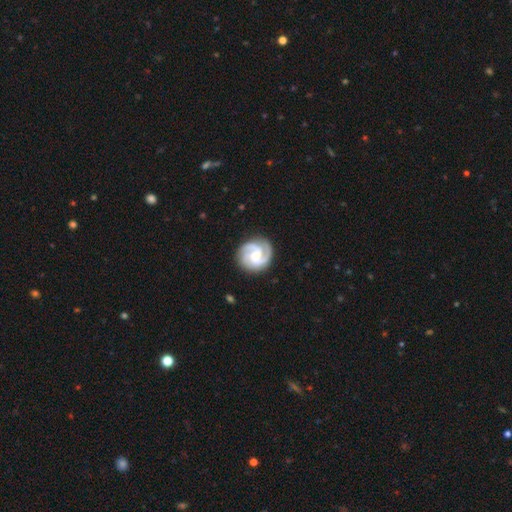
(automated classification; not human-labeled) The model was most divided on "spiral winding": tight: 49%, medium: 44%, loose: 7%. Remaining: spiral arms — yes (98%); edge-on disk — no (98%); smooth or featured — featured or disk (91%); merging — none (84%); bulge size — moderate (55%); spiral arm count — 2 (50%); bar — no (47%).